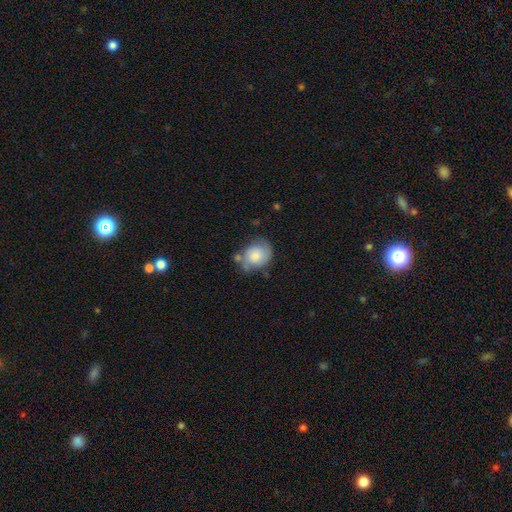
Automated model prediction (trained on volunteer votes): Overall: smooth (71%). How rounded: round (56%; in between 44%). Merging: none (53%; minor disturbance 28%).